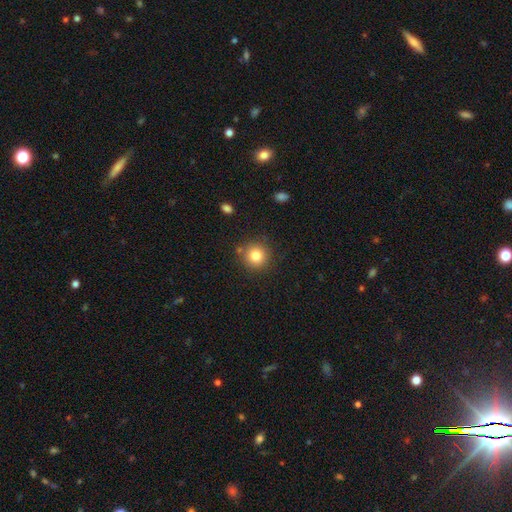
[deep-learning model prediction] The model was most divided on "smooth or featured": smooth: 83%, star or artifact: 11%, featured or disk: 6%. More confident: how rounded — round (93%); merging — none (84%).